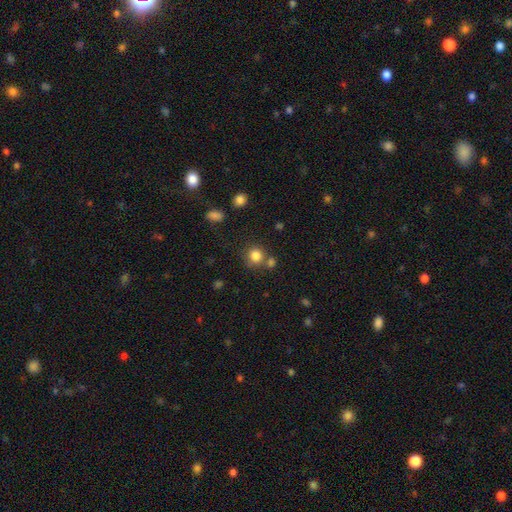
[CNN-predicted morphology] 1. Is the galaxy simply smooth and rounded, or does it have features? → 83% smooth, 11% star or artifact, 6% featured or disk.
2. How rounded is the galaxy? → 88% round, 11% in between, 1% cigar-shaped.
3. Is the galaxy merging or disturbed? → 69% none, 17% merger, 10% minor disturbance, 4% major disturbance.